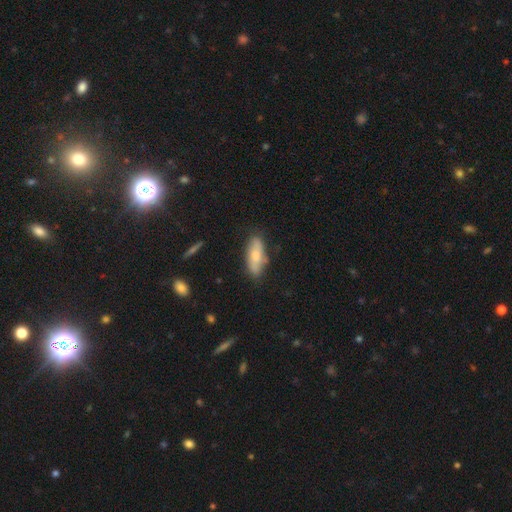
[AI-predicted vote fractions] Smooth or featured: smooth — 66% (featured or disk — 28%)
How rounded: in between — 72% (cigar-shaped — 25%)
Merging: none — 74% (minor disturbance — 19%)